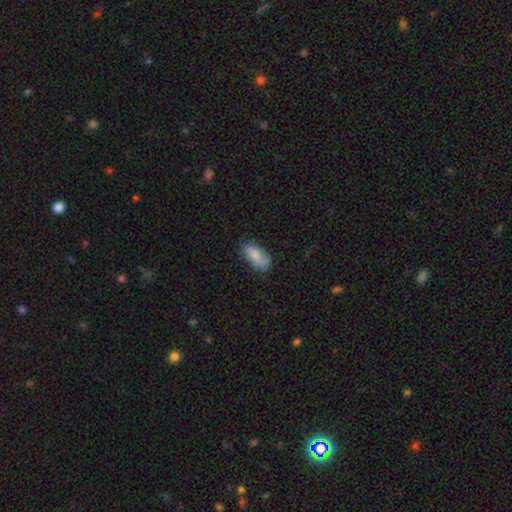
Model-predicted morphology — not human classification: type=smooth (77%); roundness=in between (91%); merging=none (67%).